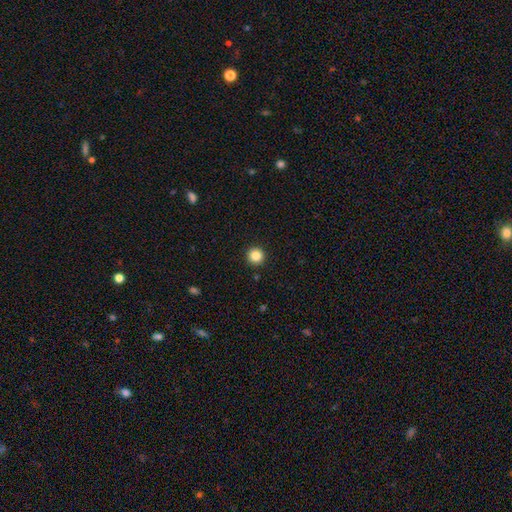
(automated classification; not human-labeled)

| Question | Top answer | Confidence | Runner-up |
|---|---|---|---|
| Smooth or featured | smooth | 85% | star or artifact (11%) |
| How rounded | round | 96% | in between (3%) |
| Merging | none | 93% | minor disturbance (4%) |